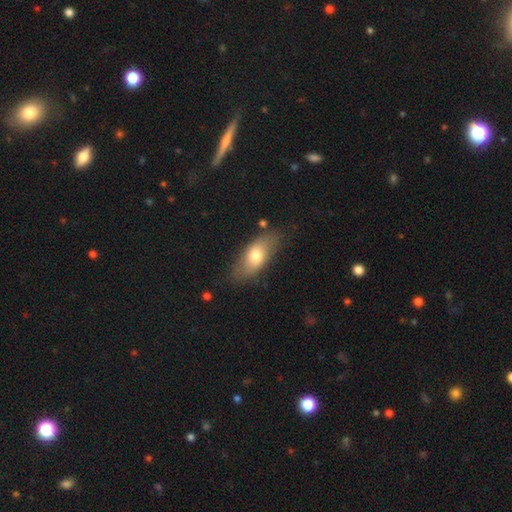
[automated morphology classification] smooth-or-featured: smooth: 69% | featured or disk: 24% | star or artifact: 6%
  how-rounded: in between: 82% | cigar-shaped: 14% | round: 4%
  merging: none: 80% | minor disturbance: 14% | major disturbance: 4% | merger: 2%